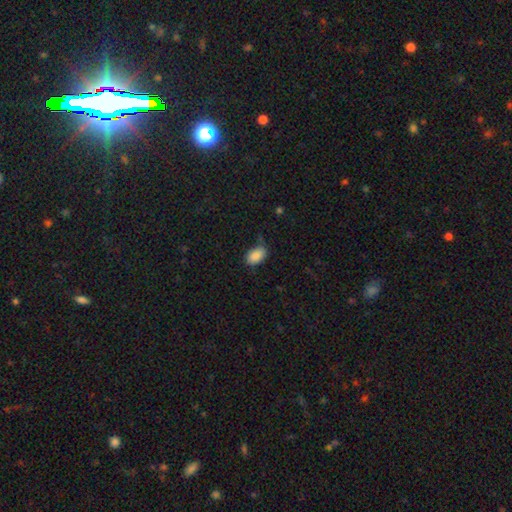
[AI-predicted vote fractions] A smooth galaxy with no disk features (88%) that is in between round and cigar-shaped (89%).

Vote fractions:
- Smooth or featured? smooth: 88% / star or artifact: 8% / featured or disk: 4%
- How rounded? in between: 89% / round: 10% / cigar-shaped: 1%
- Merging? none: 72% / minor disturbance: 21% / major disturbance: 5% / merger: 2%